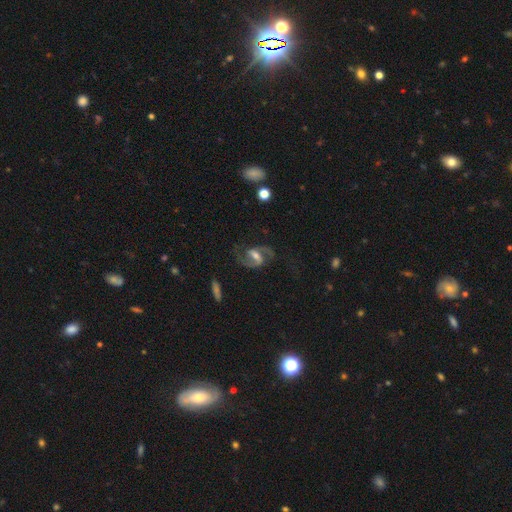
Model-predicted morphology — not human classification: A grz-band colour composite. It shows a featured or disk galaxy (89%) with a weak bar (46%), 2 (93%) medium (56%) spiral arms (97%) and a moderate central bulge (54%). Merging: none (76%).